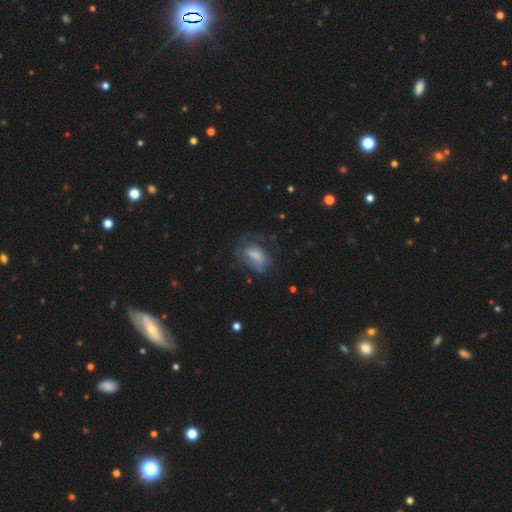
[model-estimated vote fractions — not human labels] The model was most divided on "merging": none: 42%, major disturbance: 29%, minor disturbance: 27%, merger: 2%. More confident: how rounded — in between (83%); smooth or featured — smooth (56%).